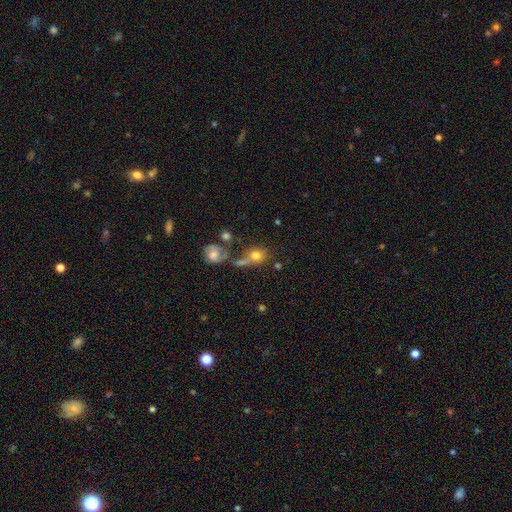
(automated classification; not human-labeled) Morphology: type=smooth (67%); roundness=round (63%); merging=none (43%).